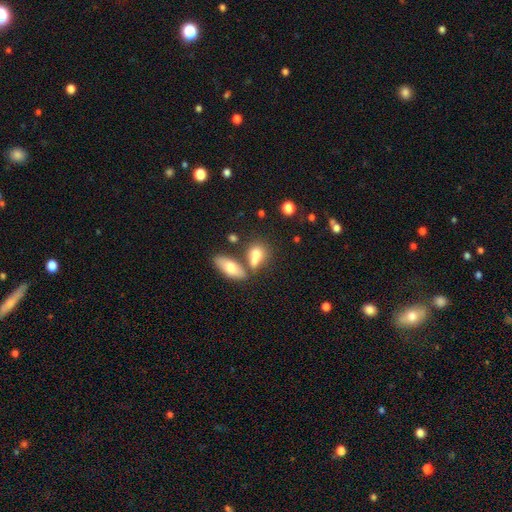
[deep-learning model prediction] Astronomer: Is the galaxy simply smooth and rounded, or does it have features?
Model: smooth — 75%.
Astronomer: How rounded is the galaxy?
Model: in between — 63%.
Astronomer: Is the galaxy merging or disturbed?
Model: merger — 45% (runner-up: none, 39%).